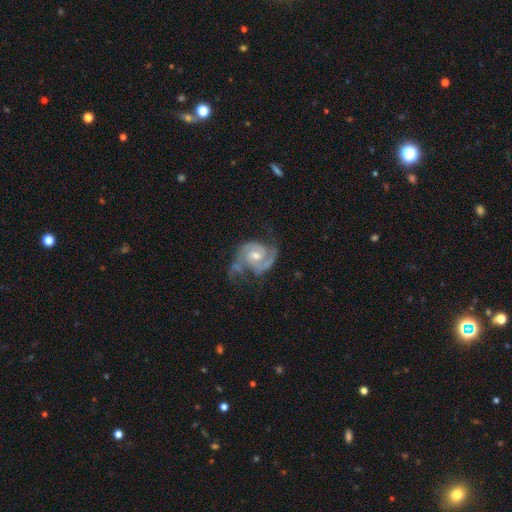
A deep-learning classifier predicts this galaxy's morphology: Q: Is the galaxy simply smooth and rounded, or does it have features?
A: featured or disk — 89%.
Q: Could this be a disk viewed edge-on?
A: no — 98%.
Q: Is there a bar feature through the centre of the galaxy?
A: no — 56%.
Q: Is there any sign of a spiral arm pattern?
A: yes — 97%.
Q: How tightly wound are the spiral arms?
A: medium — 47%.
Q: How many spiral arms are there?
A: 2 — 76%.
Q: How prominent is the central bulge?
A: moderate — 59%.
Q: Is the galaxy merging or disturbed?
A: none — 49%.